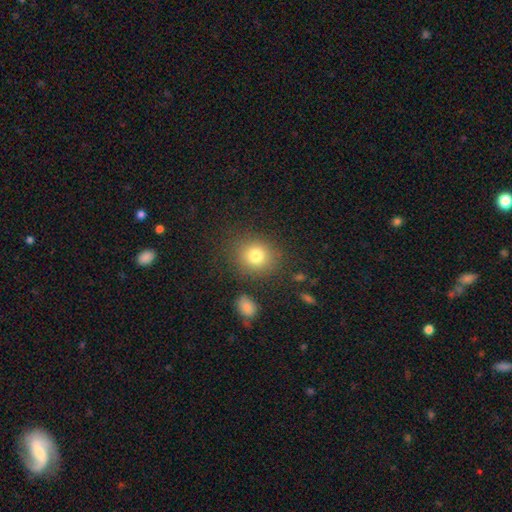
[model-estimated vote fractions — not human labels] smooth-or-featured: smooth: 80% | star or artifact: 12% | featured or disk: 8%
  how-rounded: round: 80% | in between: 19% | cigar-shaped: 1%
  merging: none: 83% | minor disturbance: 10% | major disturbance: 4% | merger: 3%